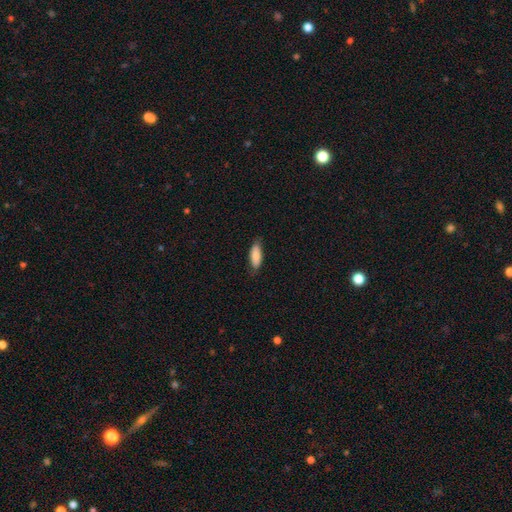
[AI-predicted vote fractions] A smooth galaxy with no disk features (82%) that is in between round and cigar-shaped (72%).

Vote fractions:
- Smooth or featured? smooth: 82% / featured or disk: 12% / star or artifact: 6%
- How rounded? in between: 72% / cigar-shaped: 27% / round: 2%
- Merging? none: 77% / minor disturbance: 19% / major disturbance: 3% / merger: 1%